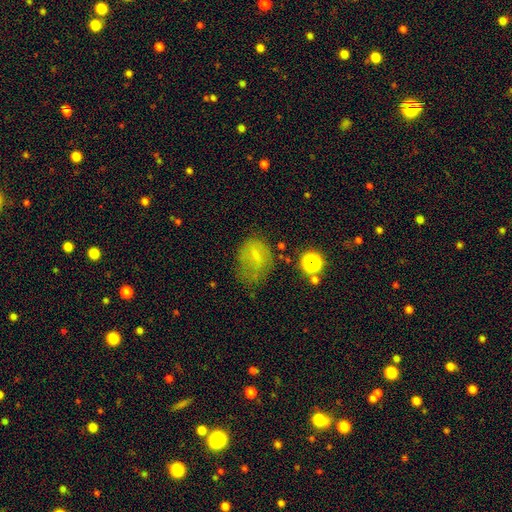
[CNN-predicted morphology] Smooth or featured? Predicted: smooth (p=0.55). How rounded? Predicted: in between (p=0.61). Merging? Predicted: none (p=0.45).